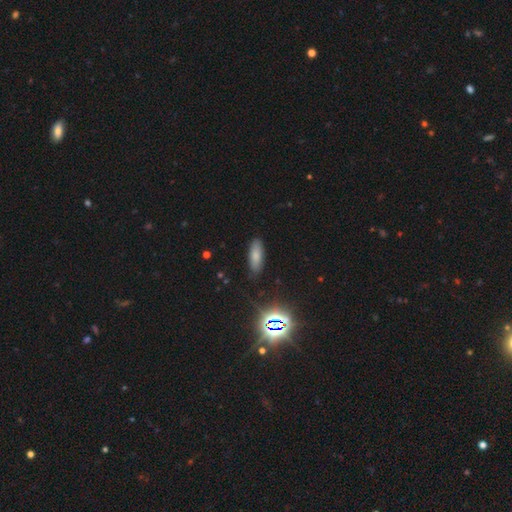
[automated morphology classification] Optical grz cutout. It shows a smooth galaxy with no disk features (74%) that is in between round and cigar-shaped (66%). Merging: none (84%).